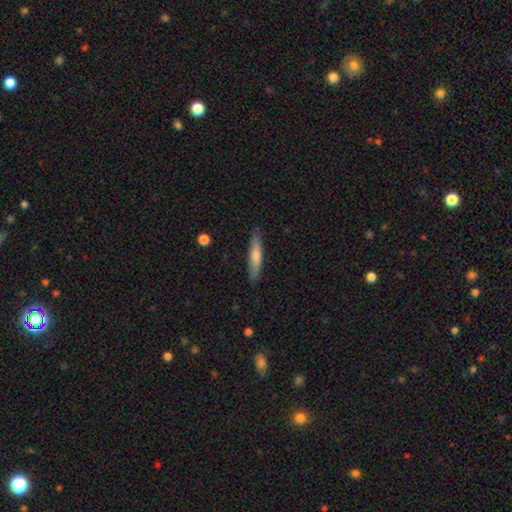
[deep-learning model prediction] smooth_or_featured: smooth (p=0.66) [alt: featured or disk p=0.28]
how_rounded: cigar-shaped (p=0.88) [alt: in between p=0.10]
merging: none (p=0.88) [alt: minor disturbance p=0.09]